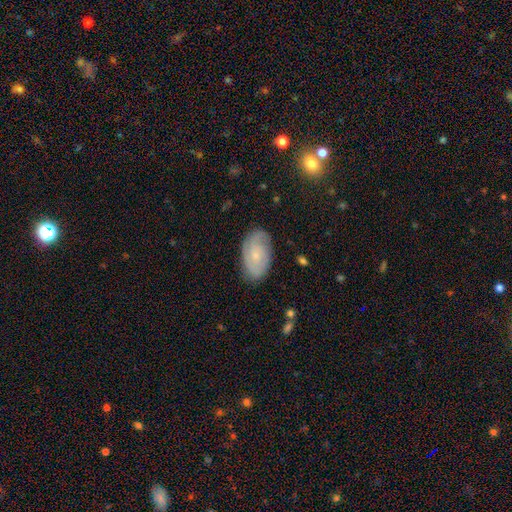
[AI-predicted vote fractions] The model was most divided on "spiral arm count": 2: 41%, can't tell: 34%, 3: 11%, 1: 6%, 4: 4%, more than 4: 3%. More confident: edge-on disk — no (95%); spiral arms — yes (88%); merging — none (79%); bulge size — small (71%); bar — no (71%); smooth or featured — featured or disk (60%); spiral winding — tight (58%).